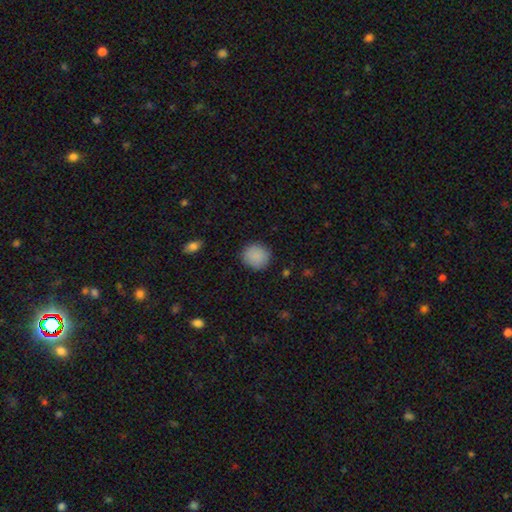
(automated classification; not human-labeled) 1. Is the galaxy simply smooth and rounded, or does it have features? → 88% smooth, 8% star or artifact, 4% featured or disk.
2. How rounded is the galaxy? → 88% round, 11% in between, 1% cigar-shaped.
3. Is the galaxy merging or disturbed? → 87% none, 9% minor disturbance, 3% major disturbance, 1% merger.